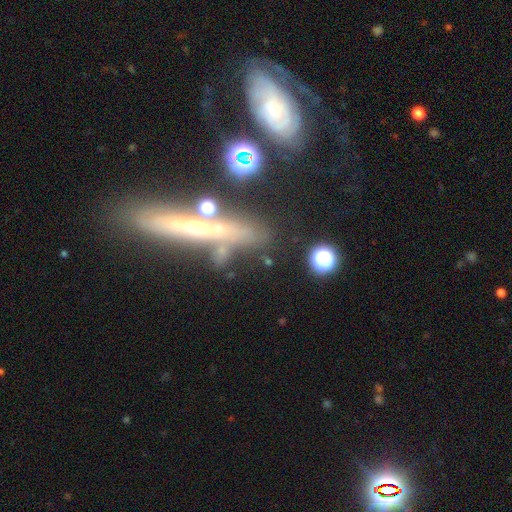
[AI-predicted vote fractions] This is likely a featured or disk galaxy (61%). It is likely viewed edge-on (76%). Merging: likely none (63%).